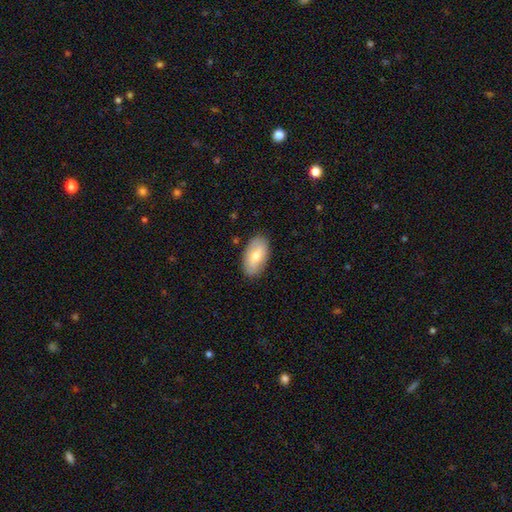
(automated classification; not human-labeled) Smooth or featured: smooth — 70% (featured or disk — 24%)
How rounded: in between — 94% (round — 4%)
Merging: none — 85% (minor disturbance — 12%)